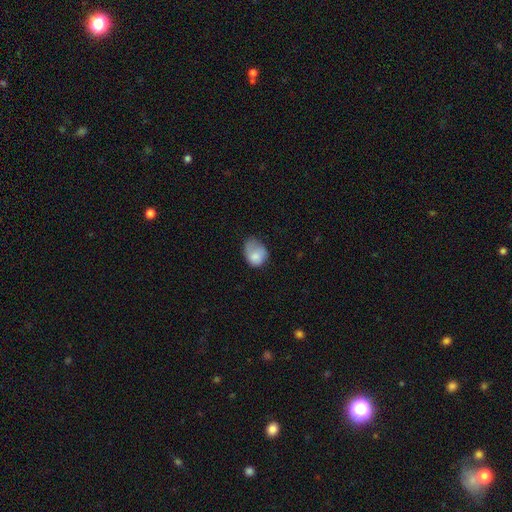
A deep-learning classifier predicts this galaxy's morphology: smooth 77%, featured or disk 15%, star or artifact 8%. Down the decision tree: how rounded — in between (61%); merging — minor disturbance (42%).